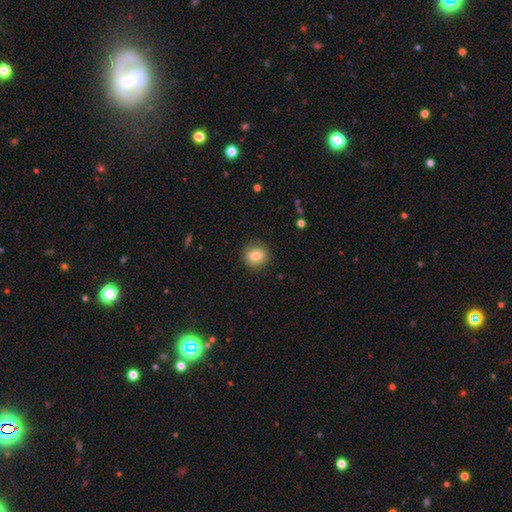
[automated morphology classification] type=smooth (83%); roundness=round (79%); merging=none (87%).